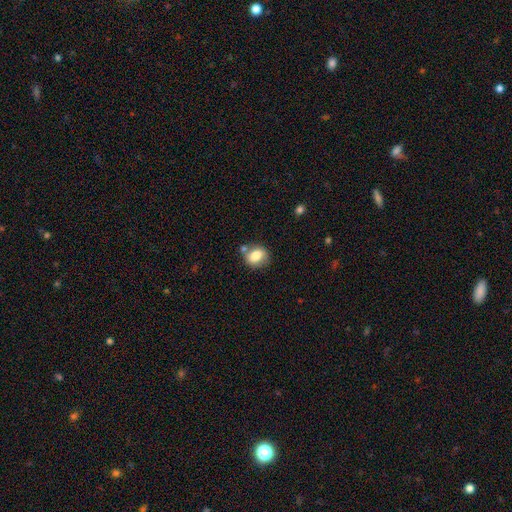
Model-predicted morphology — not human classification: Smooth or featured: smooth — 76% (featured or disk — 16%)
How rounded: round — 60% (in between — 39%)
Merging: none — 67% (minor disturbance — 16%)